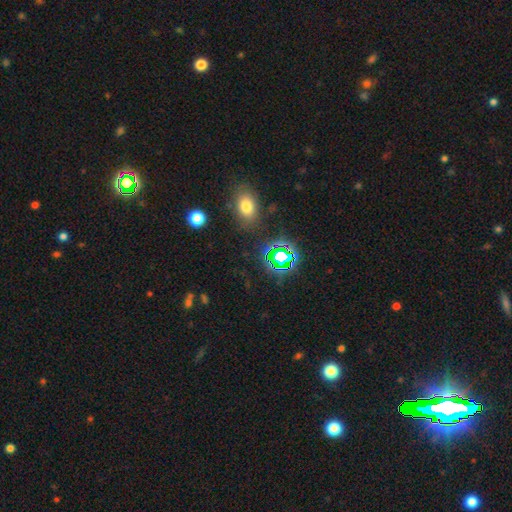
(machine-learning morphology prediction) Smooth or featured? star or artifact (49%)